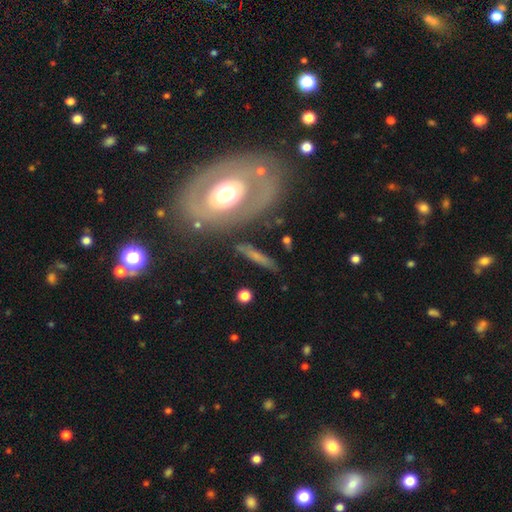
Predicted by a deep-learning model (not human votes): smooth-or-featured: featured or disk: 52% | smooth: 39% | star or artifact: 9%
  disk-edge-on: no: 54% | yes: 46%
  merging: none: 80% | minor disturbance: 12% | major disturbance: 4% | merger: 4%